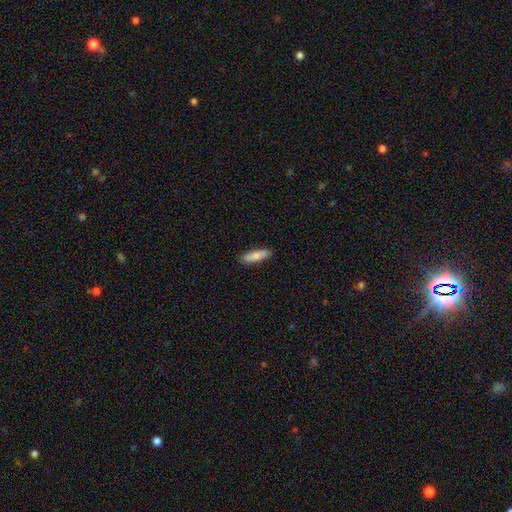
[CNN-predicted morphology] This is clearly a smooth galaxy (81%). How rounded: likely cigar-shaped (63%). Merging: clearly none (88%).